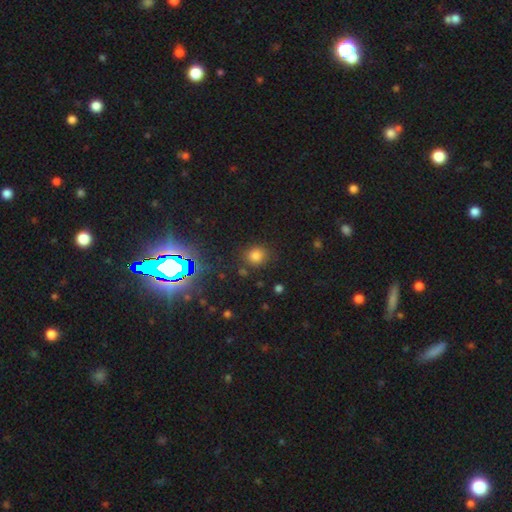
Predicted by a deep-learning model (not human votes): smooth-or-featured: smooth: 74% | star or artifact: 20% | featured or disk: 6%
  how-rounded: round: 82% | in between: 17% | cigar-shaped: 1%
  merging: none: 83% | minor disturbance: 10% | major disturbance: 4% | merger: 3%